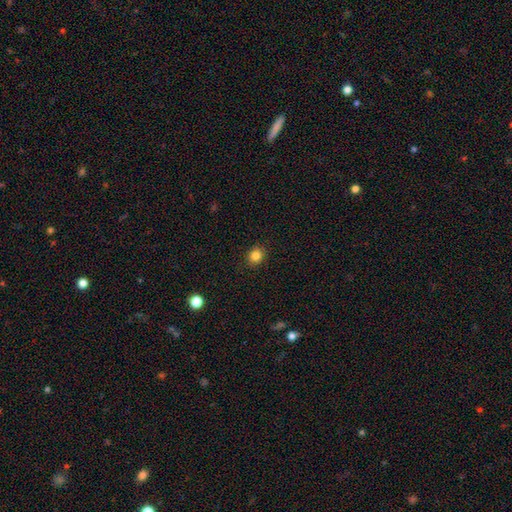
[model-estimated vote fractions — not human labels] This is clearly a smooth galaxy (83%). How rounded: likely round (79%). Merging: clearly none (90%).